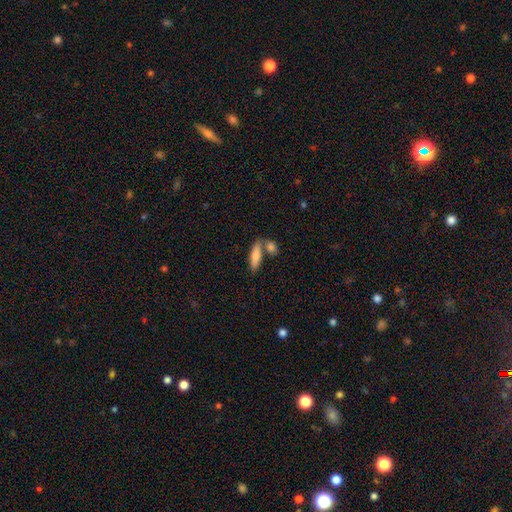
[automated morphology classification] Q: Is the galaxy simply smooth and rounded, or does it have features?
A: smooth — 78%.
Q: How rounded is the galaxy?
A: cigar-shaped — 51%.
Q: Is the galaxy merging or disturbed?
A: none — 55%.